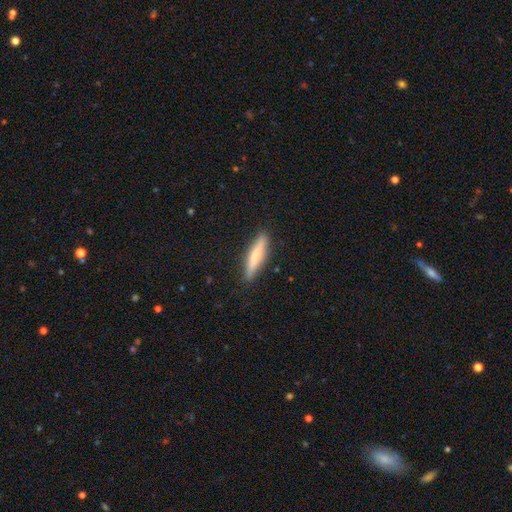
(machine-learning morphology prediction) This appears to be a smooth galaxy with no disk features (61%) that is cigar-shaped (87%). Merging: none (88%).